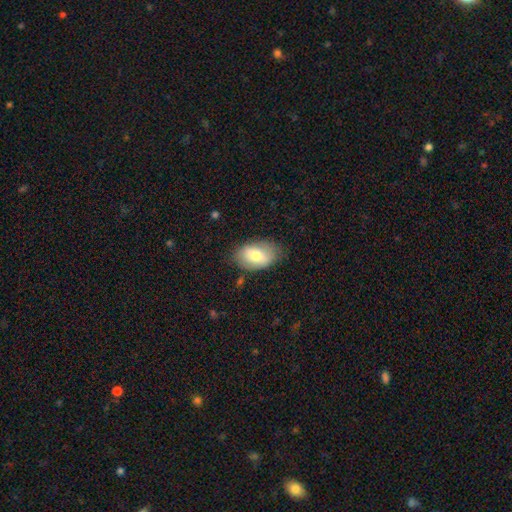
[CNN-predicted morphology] smooth-or-featured: smooth: 70% | featured or disk: 23% | star or artifact: 7%
  how-rounded: in between: 90% | round: 9% | cigar-shaped: 1%
  merging: none: 74% | minor disturbance: 20% | major disturbance: 5% | merger: 2%